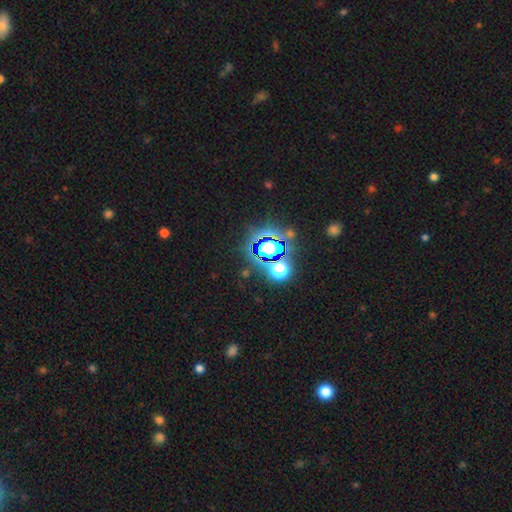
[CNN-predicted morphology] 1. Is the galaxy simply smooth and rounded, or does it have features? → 81% star or artifact, 12% smooth, 7% featured or disk.